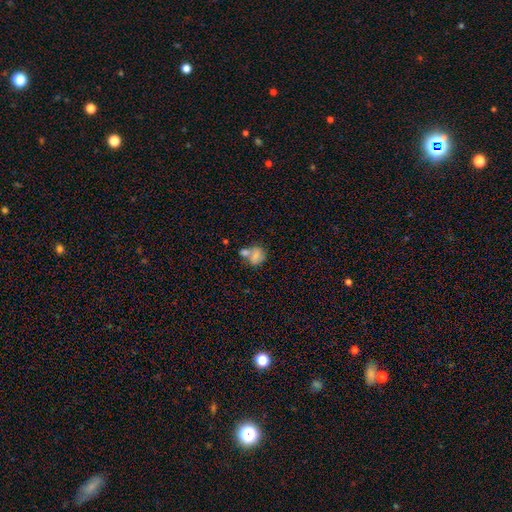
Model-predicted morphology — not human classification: Smooth or featured? smooth (73%)
How rounded? in between (51%)
Merging? merger (51%)